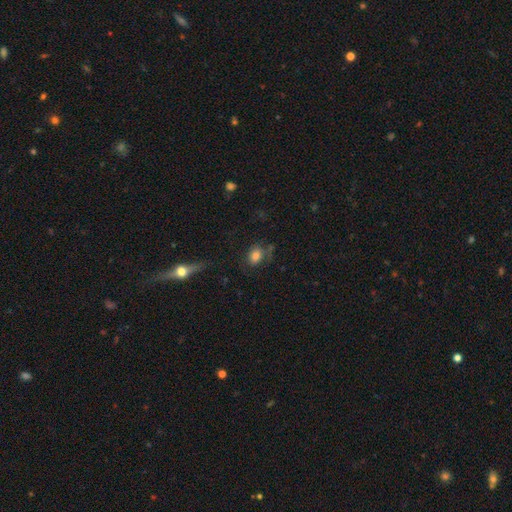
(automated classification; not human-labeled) The model was most divided on "how rounded": in between: 59%, round: 39%, cigar-shaped: 2%. More confident: smooth or featured — smooth (82%); merging — none (64%).